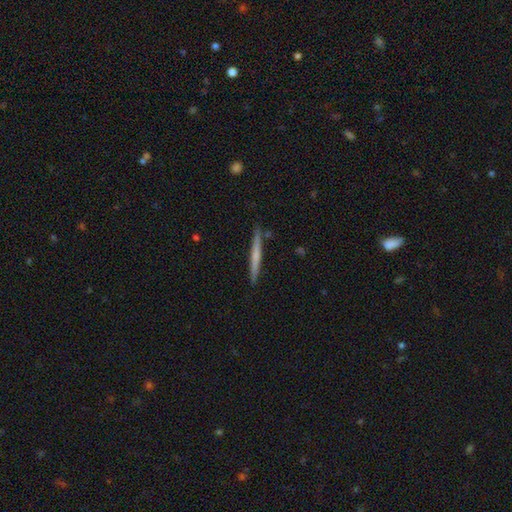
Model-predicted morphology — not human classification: Smooth or featured? Predicted: smooth (p=0.51). How rounded? Predicted: cigar-shaped (p=0.96). Merging? Predicted: none (p=0.88).